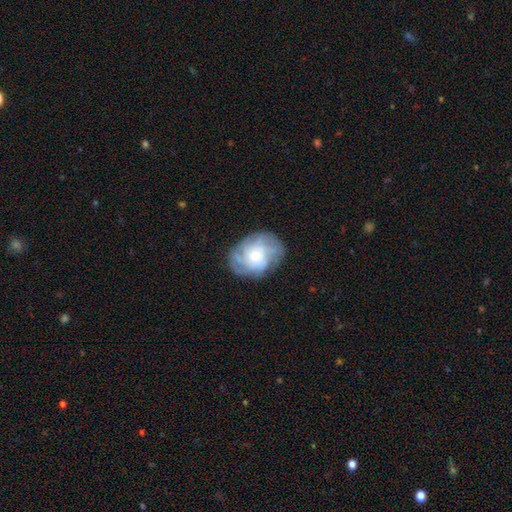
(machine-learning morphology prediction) Overall: featured or disk (61%; smooth 31%). Edge-on disk: no (97%). Bar: no (80%). Spiral arms: yes (82%). Bulge size: moderate (42%; small 31%). Merging: none (69%).